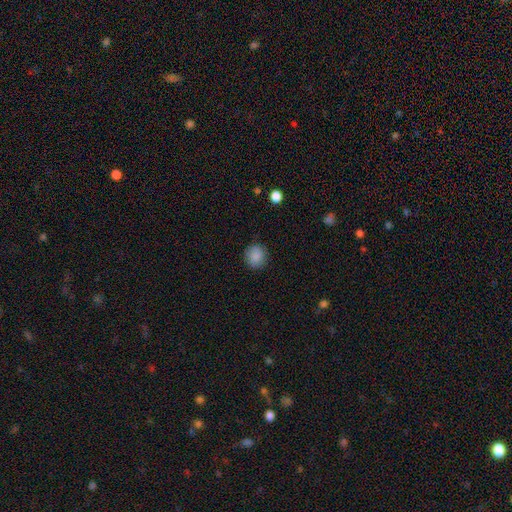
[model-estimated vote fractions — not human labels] Morphology: type=smooth (88%); roundness=round (86%); merging=none (88%).